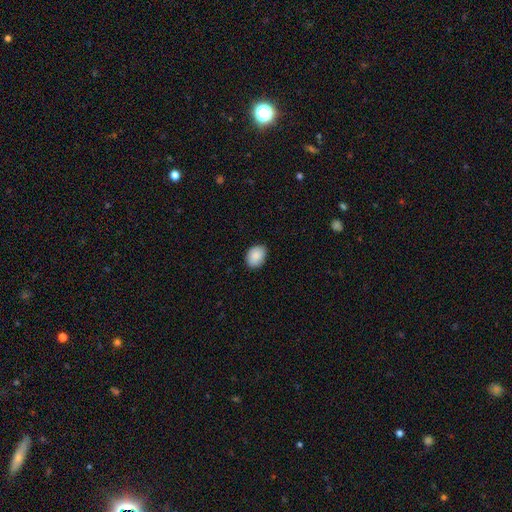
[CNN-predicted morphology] A smooth galaxy with no disk features (89%) that is in between round and cigar-shaped (67%).

Vote fractions:
- Smooth or featured? smooth: 89% / star or artifact: 7% / featured or disk: 4%
- How rounded? in between: 67% / round: 32% / cigar-shaped: 1%
- Merging? none: 82% / minor disturbance: 14% / major disturbance: 2% / merger: 1%